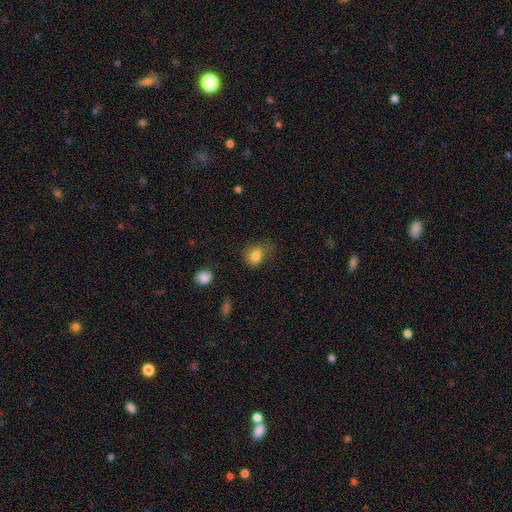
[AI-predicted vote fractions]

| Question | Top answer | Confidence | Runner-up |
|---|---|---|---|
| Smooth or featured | smooth | 82% | star or artifact (10%) |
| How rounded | in between | 61% | round (38%) |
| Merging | none | 48% | minor disturbance (32%) |